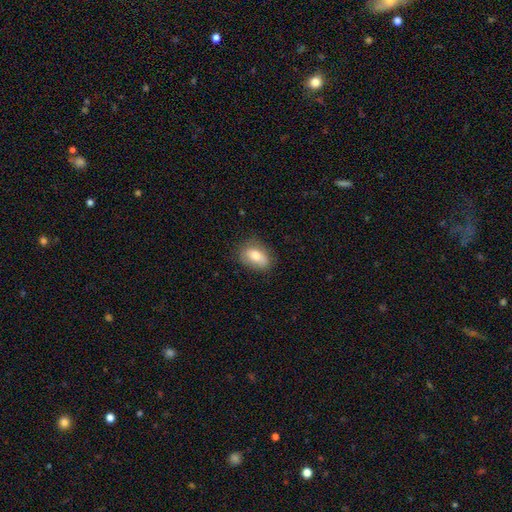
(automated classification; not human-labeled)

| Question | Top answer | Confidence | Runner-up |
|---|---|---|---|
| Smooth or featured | smooth | 76% | featured or disk (16%) |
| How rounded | in between | 87% | round (11%) |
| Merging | none | 72% | minor disturbance (21%) |